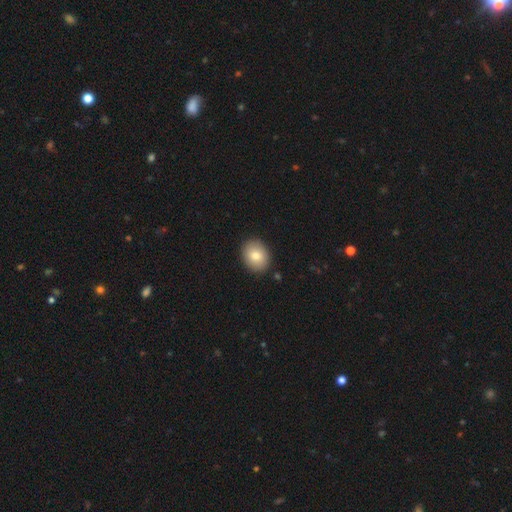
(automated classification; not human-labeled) The model was most divided on "how rounded": round: 52%, in between: 47%, cigar-shaped: 1%. More confident: merging — none (89%); smooth or featured — smooth (81%).